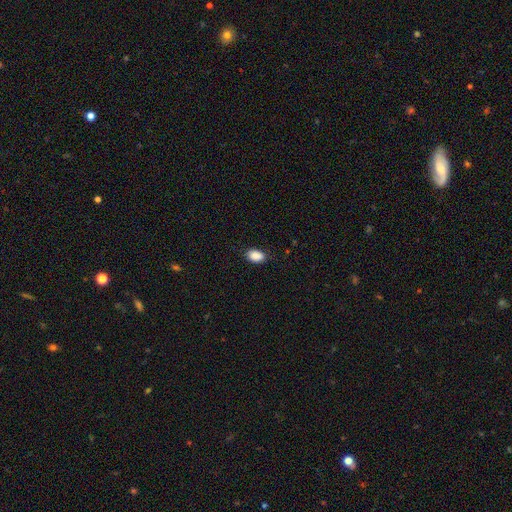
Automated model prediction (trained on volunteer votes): Smooth or featured?
  - smooth: 89% *
  - star or artifact: 8%
  - featured or disk: 3%
How rounded?
  - in between: 87% *
  - round: 12%
  - cigar-shaped: 1%
Merging?
  - none: 83% *
  - minor disturbance: 14%
  - major disturbance: 3%
  - merger: 1%